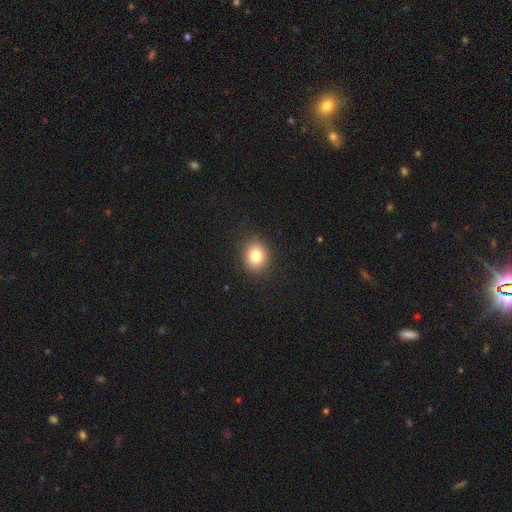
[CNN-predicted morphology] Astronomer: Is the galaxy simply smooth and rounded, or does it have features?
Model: smooth — 82%.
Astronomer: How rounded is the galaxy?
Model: round — 69%.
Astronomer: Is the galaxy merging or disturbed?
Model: none — 89%.